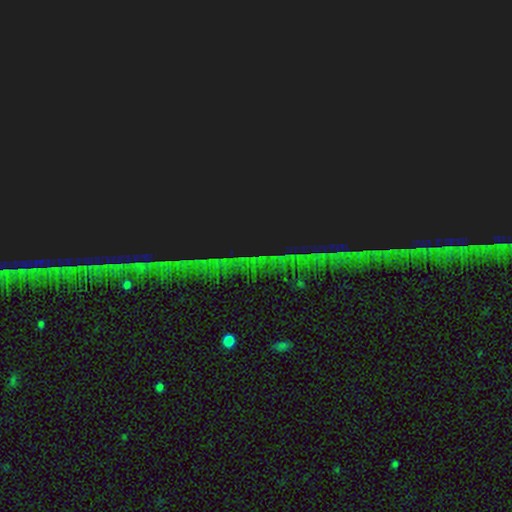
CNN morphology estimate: This appears to be a star or artifact, not a galaxy (85%).